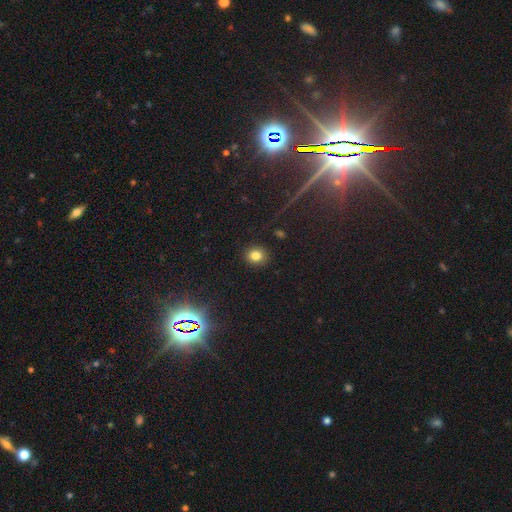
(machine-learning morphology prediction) Overall: smooth (81%). How rounded: round (78%). Merging: none (89%).